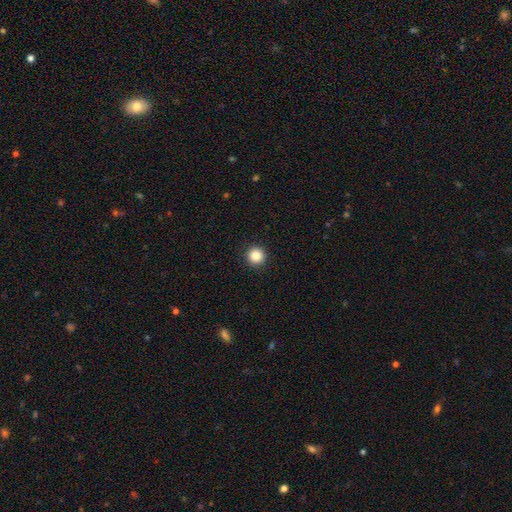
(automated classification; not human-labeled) Q: Smooth or featured?
A: smooth (86%); runner-up: star or artifact (10%)
Q: How rounded?
A: round (95%); runner-up: in between (4%)
Q: Merging?
A: none (93%); runner-up: minor disturbance (4%)